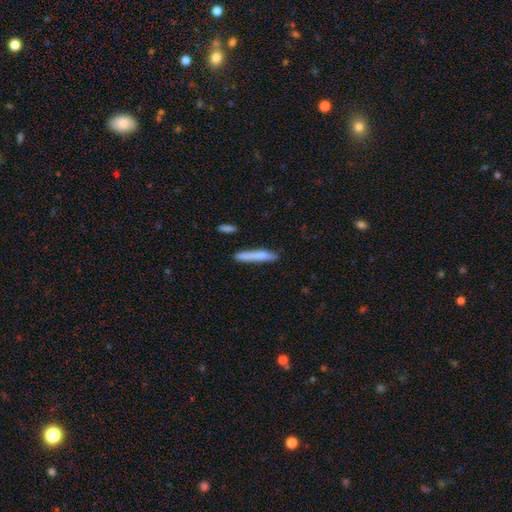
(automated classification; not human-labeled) Smooth or featured?
  - smooth: 70% *
  - featured or disk: 24%
  - star or artifact: 6%
How rounded?
  - cigar-shaped: 94% *
  - in between: 4%
  - round: 1%
Merging?
  - none: 80% *
  - minor disturbance: 14%
  - merger: 4%
  - major disturbance: 3%